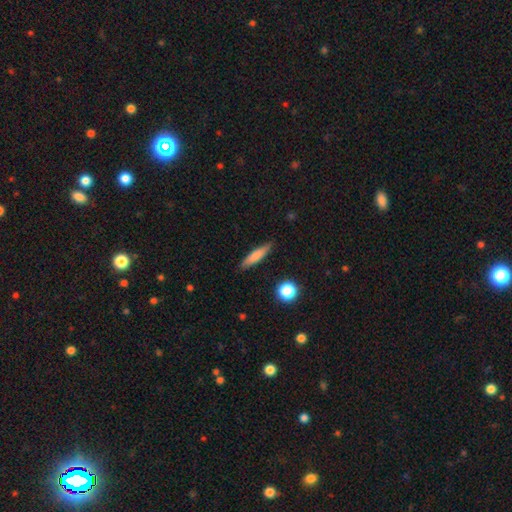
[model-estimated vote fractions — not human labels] Smooth or featured? smooth (74%)
How rounded? cigar-shaped (84%)
Merging? none (86%)